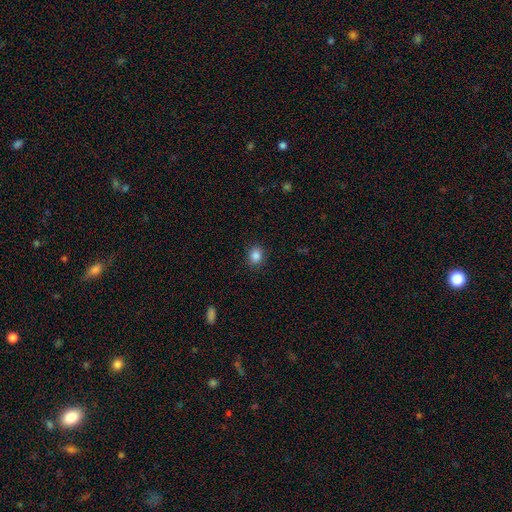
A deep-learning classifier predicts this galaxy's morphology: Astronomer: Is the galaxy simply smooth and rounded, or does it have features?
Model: smooth — 86%.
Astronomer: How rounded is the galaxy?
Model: round — 67%.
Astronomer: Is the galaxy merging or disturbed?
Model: none — 89%.